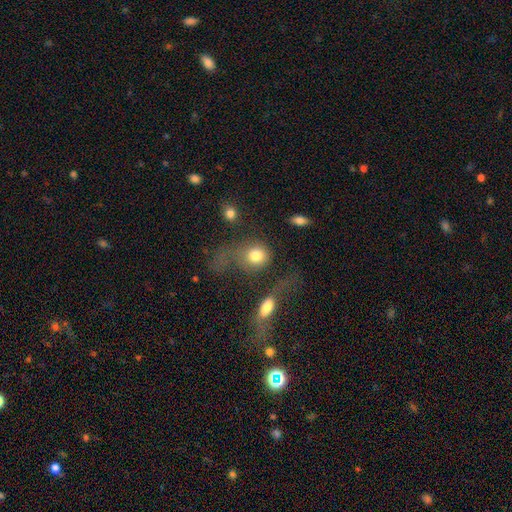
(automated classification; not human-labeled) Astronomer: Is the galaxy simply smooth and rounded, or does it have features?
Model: smooth — 75%.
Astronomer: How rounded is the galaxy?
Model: round — 68%.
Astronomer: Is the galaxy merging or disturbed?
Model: major disturbance — 38% (runner-up: none, 28%).